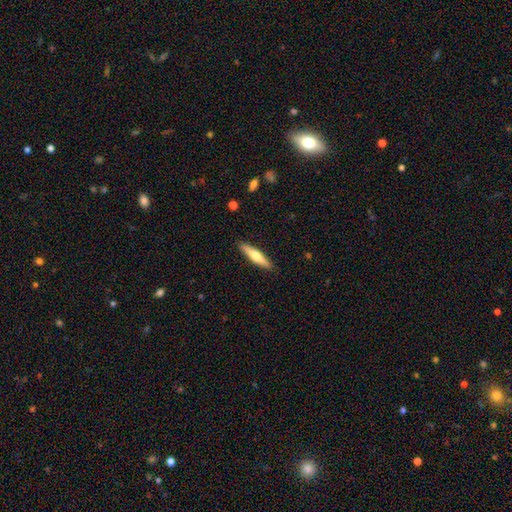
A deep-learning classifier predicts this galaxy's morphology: This is possibly a smooth galaxy (54%). How rounded: clearly cigar-shaped (83%). Merging: clearly none (90%).